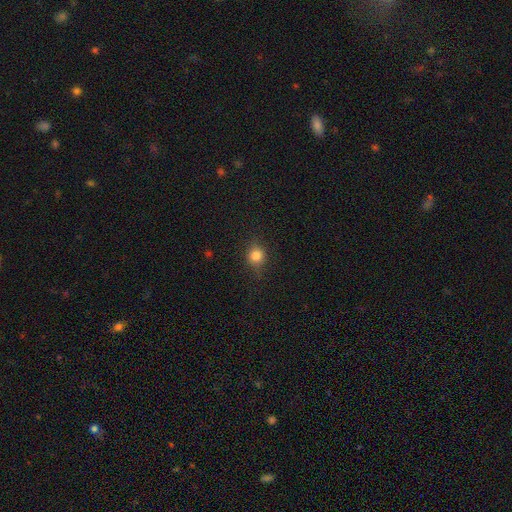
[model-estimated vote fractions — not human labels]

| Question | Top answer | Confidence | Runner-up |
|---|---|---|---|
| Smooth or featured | smooth | 79% | star or artifact (13%) |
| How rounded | round | 79% | in between (20%) |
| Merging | none | 79% | minor disturbance (15%) |